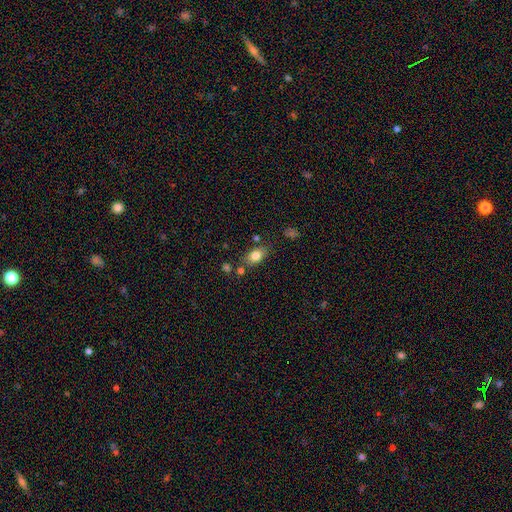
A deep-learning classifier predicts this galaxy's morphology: Q: Smooth or featured?
A: smooth (81%); runner-up: featured or disk (10%)
Q: How rounded?
A: in between (83%); runner-up: round (14%)
Q: Merging?
A: none (73%); runner-up: minor disturbance (15%)